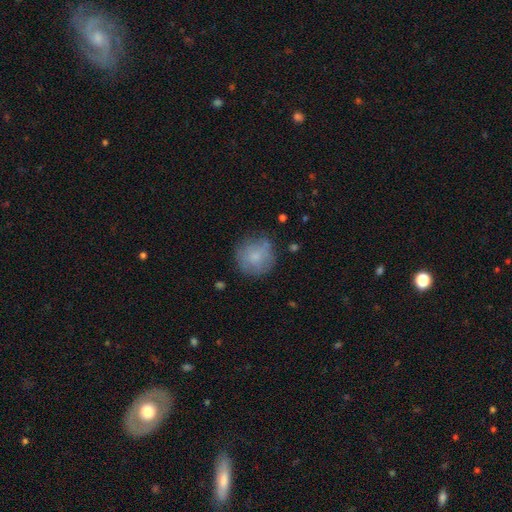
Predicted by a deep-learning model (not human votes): This is likely a smooth galaxy (71%). How rounded: clearly round (91%). Merging: likely none (71%).